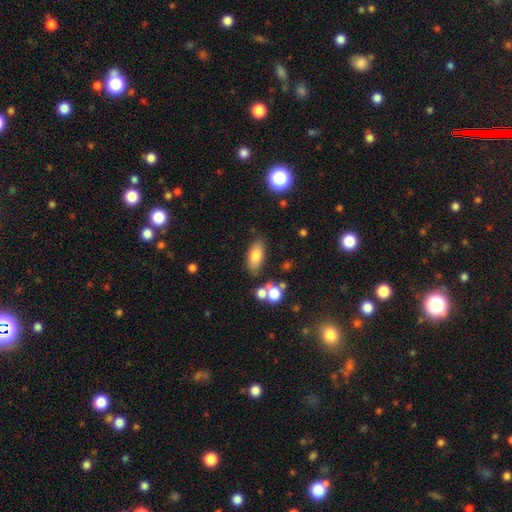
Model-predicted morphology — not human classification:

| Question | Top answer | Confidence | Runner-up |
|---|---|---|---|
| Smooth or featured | smooth | 79% | featured or disk (12%) |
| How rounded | in between | 82% | cigar-shaped (14%) |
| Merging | none | 76% | minor disturbance (12%) |